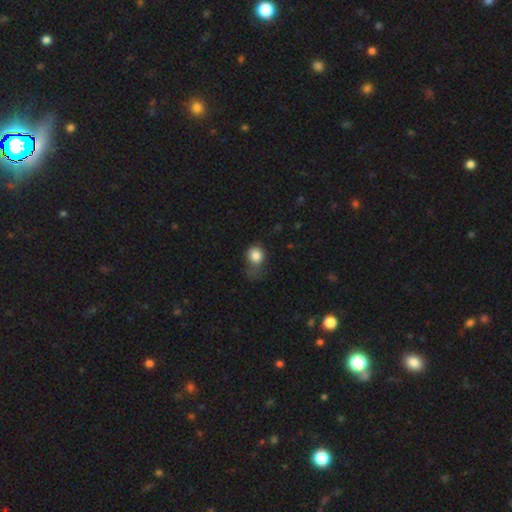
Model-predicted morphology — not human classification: Smooth or featured? smooth (83%)
How rounded? round (67%)
Merging? minor disturbance (34%)